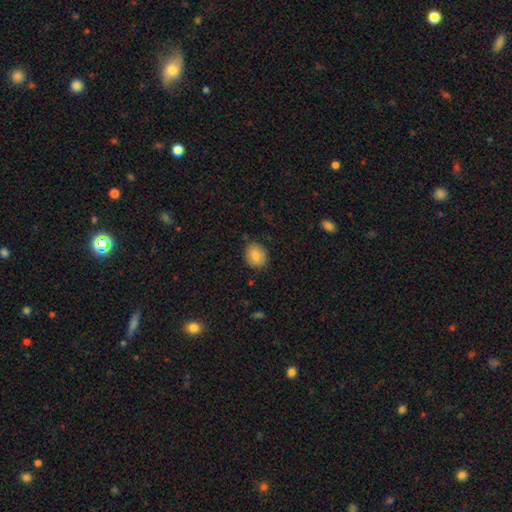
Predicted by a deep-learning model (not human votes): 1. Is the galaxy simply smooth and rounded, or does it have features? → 84% smooth, 8% featured or disk, 8% star or artifact.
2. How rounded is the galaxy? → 50% round, 49% in between, 1% cigar-shaped.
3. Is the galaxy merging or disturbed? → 81% none, 15% minor disturbance, 3% major disturbance, 1% merger.